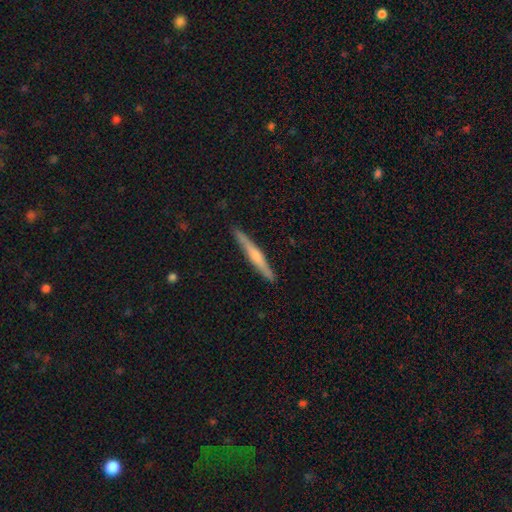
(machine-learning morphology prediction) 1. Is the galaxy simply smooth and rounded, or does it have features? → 55% featured or disk, 39% smooth, 5% star or artifact.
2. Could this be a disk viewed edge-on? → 97% yes, 3% no.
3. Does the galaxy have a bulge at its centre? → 59% rounded, 26% none, 15% boxy.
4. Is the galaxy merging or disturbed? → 89% none, 8% minor disturbance, 1% major disturbance, 1% merger.